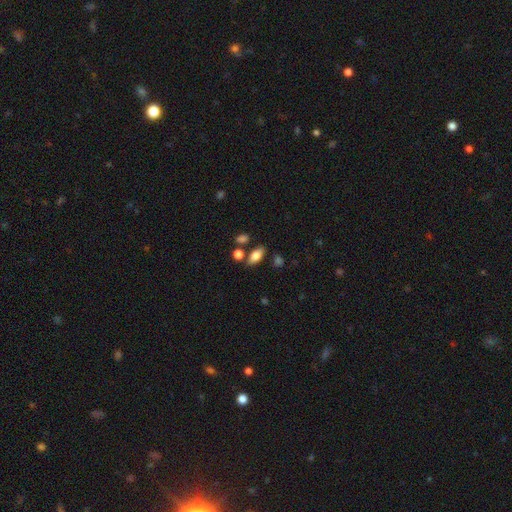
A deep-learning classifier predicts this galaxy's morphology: Smooth or featured? smooth (77%)
How rounded? in between (86%)
Merging? none (77%)